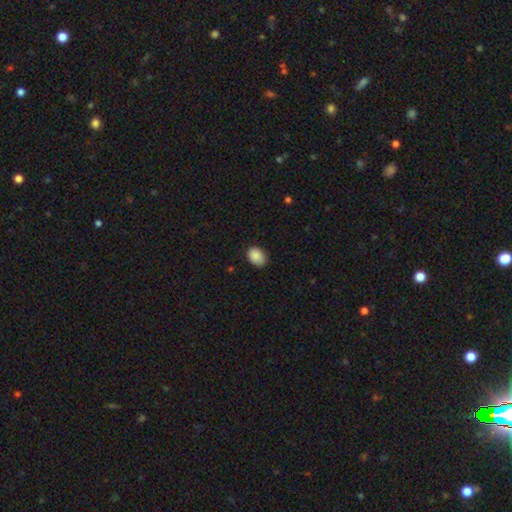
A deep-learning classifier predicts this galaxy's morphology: Overall: smooth (88%). How rounded: in between (65%; round 34%). Merging: none (78%).